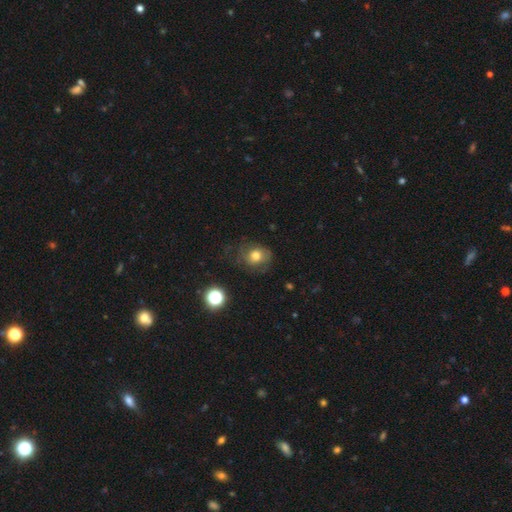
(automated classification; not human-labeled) Overall: smooth (64%). How rounded: round (71%). Merging: none (63%).